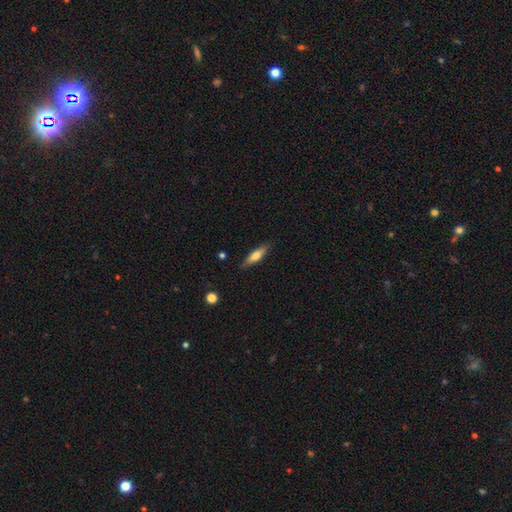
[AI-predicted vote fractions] smooth 58%, featured or disk 35%, star or artifact 6%. Down the decision tree: how rounded — cigar-shaped (70%); merging — none (85%).